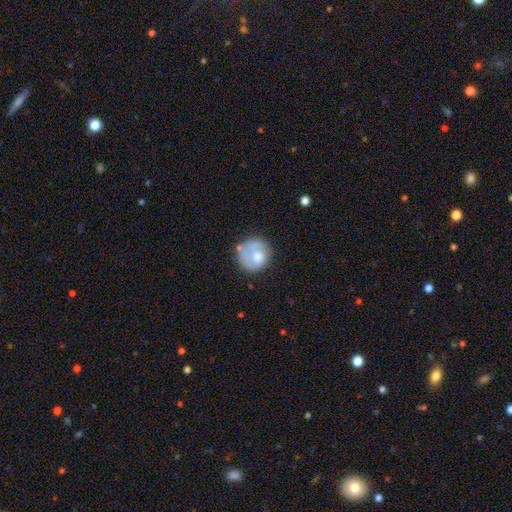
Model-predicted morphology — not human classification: This is likely a smooth galaxy (61%). How rounded: clearly round (89%). Merging: likely none (61%).